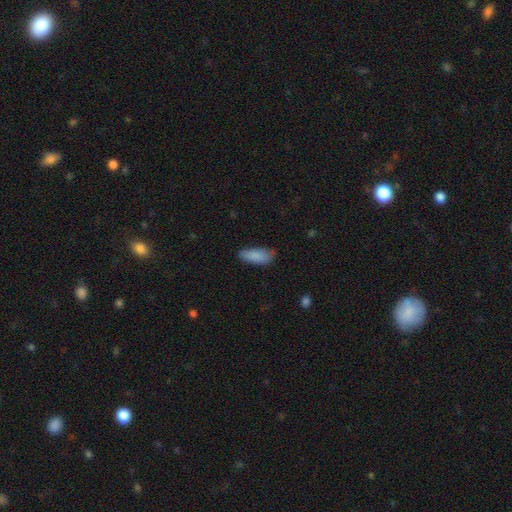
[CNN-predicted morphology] type=smooth (88%); roundness=in between (80%); merging=none (70%).